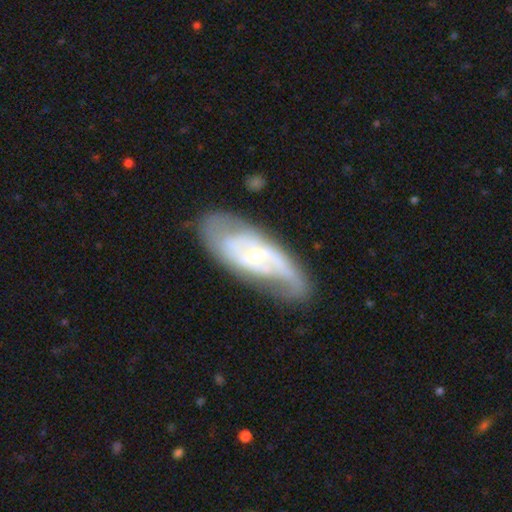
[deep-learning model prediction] smooth-or-featured: featured or disk: 79% | smooth: 15% | star or artifact: 6%
  disk-edge-on: no: 90% | yes: 10%
    bar: weak: 41% | no: 40% | strong: 19%
    has-spiral-arms: yes: 87% | no: 13%
      spiral-winding: medium: 43% | tight: 30% | loose: 28%
      spiral-arm-count: 2: 63% | can't tell: 21% | 1: 9% | 3: 4% | 4: 2% | more than 4: 2%
    bulge-size: small: 62% | moderate: 33% | large: 2% | none: 2% | dominant: 1%
  merging: none: 65% | minor disturbance: 21% | major disturbance: 11% | merger: 3%